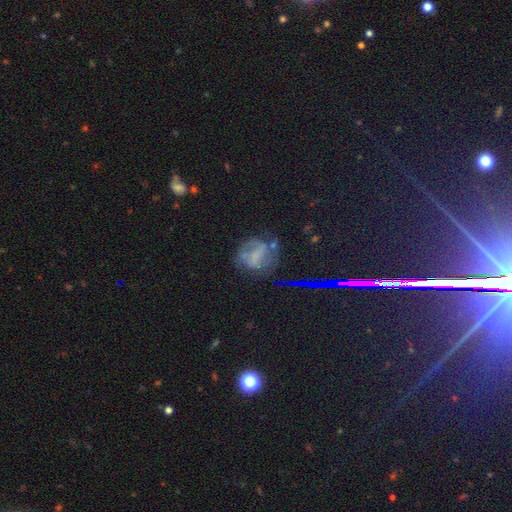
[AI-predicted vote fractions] Q: Smooth or featured?
A: featured or disk (49%); runner-up: smooth (31%)
Q: Merging?
A: none (52%); runner-up: minor disturbance (22%)